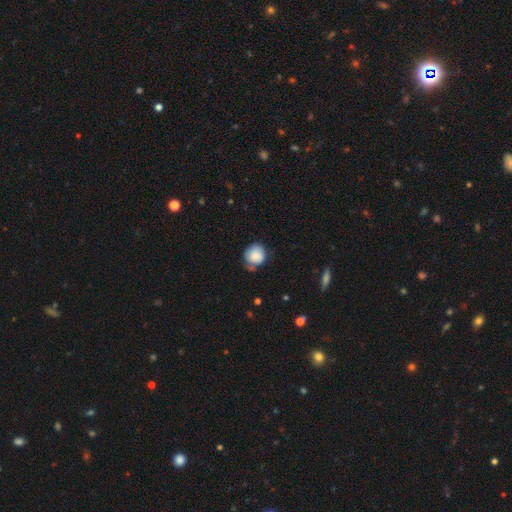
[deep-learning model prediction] This is clearly a smooth galaxy (82%). How rounded: clearly round (85%). Merging: possibly none (57%).